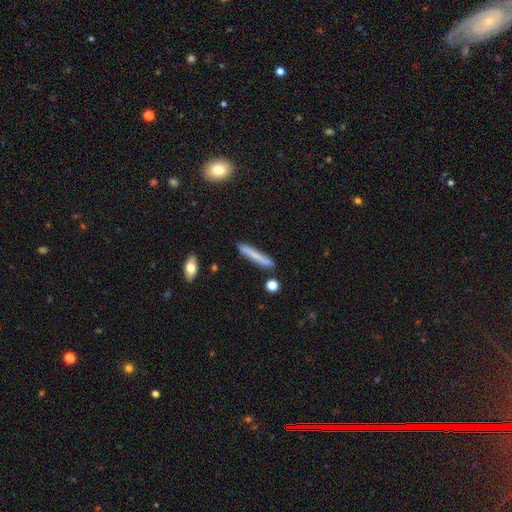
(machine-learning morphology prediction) smooth_or_featured: smooth (p=0.66) [alt: featured or disk p=0.26]
how_rounded: cigar-shaped (p=0.94) [alt: in between p=0.04]
merging: none (p=0.84) [alt: minor disturbance p=0.11]